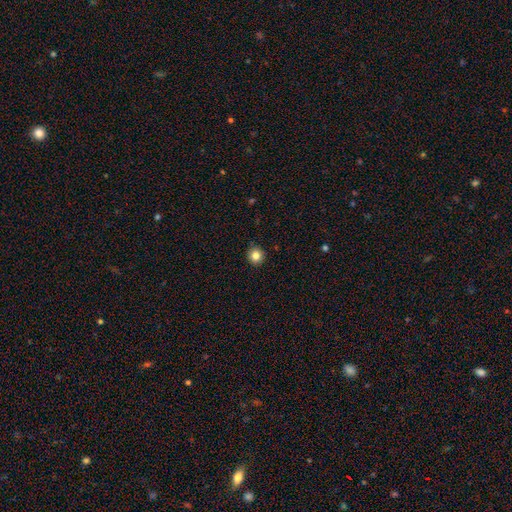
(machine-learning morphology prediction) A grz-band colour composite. It shows a smooth galaxy with no disk features (83%) that is round (93%). Merging: none (93%).